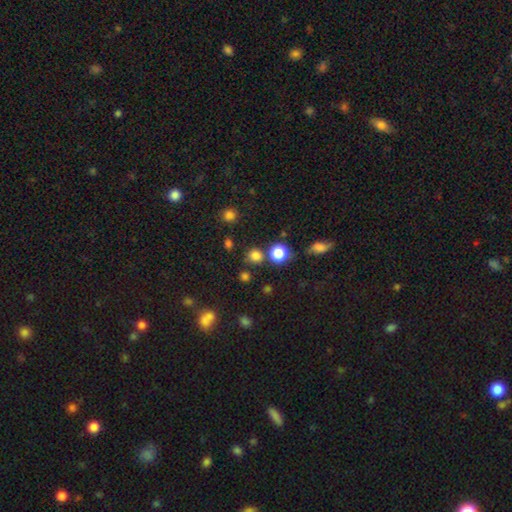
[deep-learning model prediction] Overall: smooth (77%). How rounded: round (90%). Merging: none (78%).